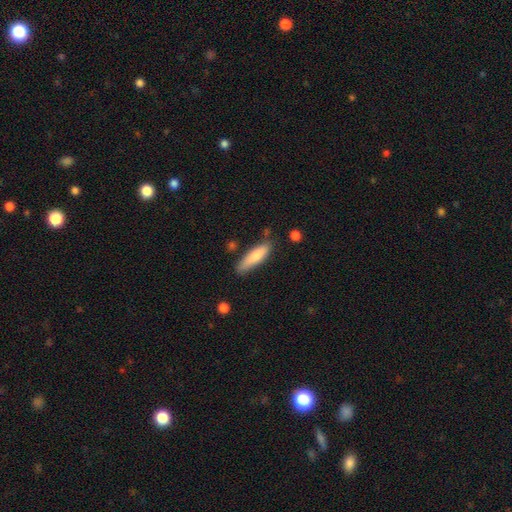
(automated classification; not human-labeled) smooth 76%, featured or disk 18%, star or artifact 6%. Down the decision tree: how rounded — cigar-shaped (65%); merging — none (74%).